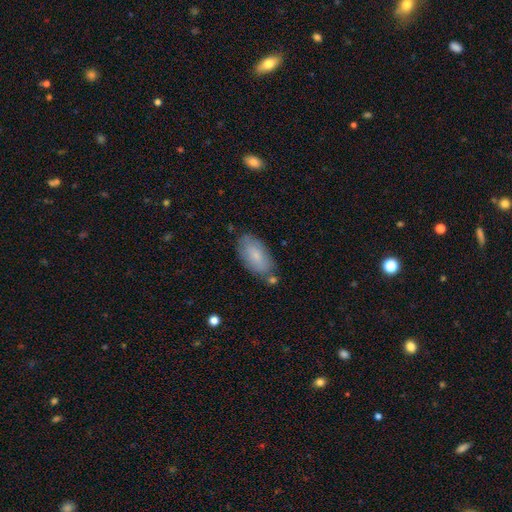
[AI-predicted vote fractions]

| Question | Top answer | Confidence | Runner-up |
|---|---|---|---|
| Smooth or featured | smooth | 75% | featured or disk (19%) |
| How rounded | in between | 92% | cigar-shaped (5%) |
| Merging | none | 73% | minor disturbance (18%) |